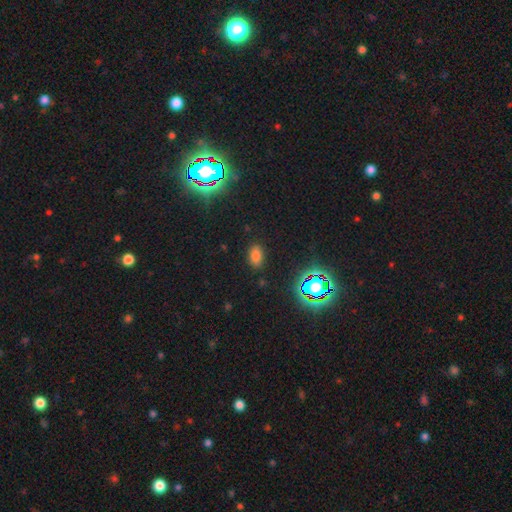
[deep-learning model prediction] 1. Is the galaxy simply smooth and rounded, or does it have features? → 72% smooth, 22% star or artifact, 6% featured or disk.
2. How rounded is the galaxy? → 89% in between, 8% round, 2% cigar-shaped.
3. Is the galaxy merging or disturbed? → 86% none, 9% minor disturbance, 3% major disturbance, 2% merger.